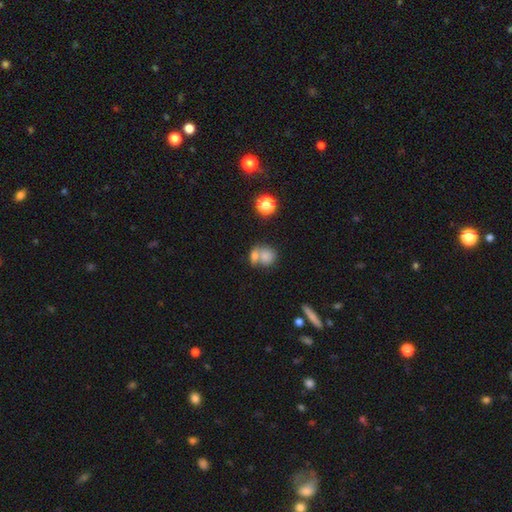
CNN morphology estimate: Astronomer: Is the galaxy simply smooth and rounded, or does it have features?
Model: smooth — 75%.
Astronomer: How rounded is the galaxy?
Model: round — 65%.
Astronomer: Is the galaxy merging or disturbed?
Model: merger — 58%.